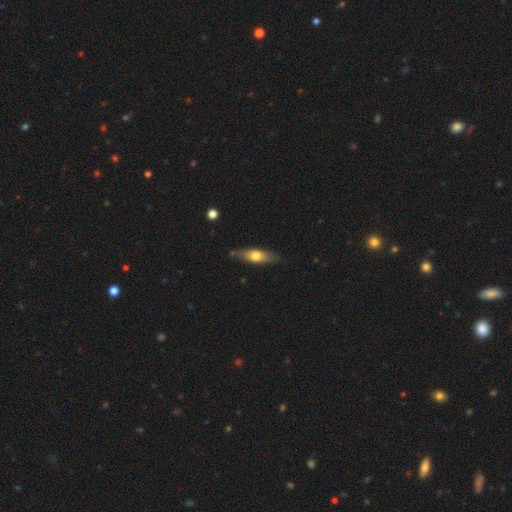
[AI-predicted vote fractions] Smooth or featured: smooth — 57% (featured or disk — 37%)
How rounded: in between — 55% (cigar-shaped — 42%)
Merging: none — 79% (minor disturbance — 15%)